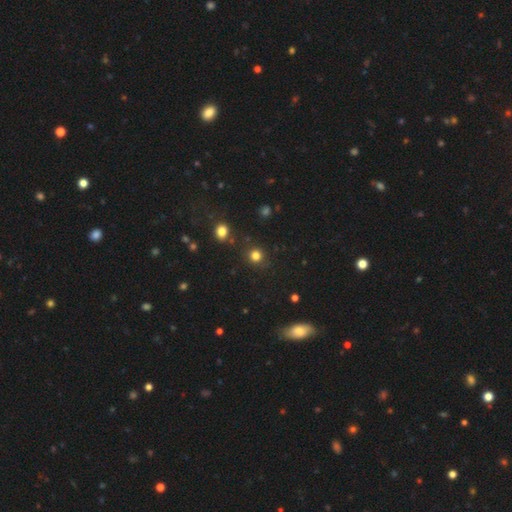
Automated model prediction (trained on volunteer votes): Morphology: type=smooth (79%); roundness=round (91%); merging=none (87%).